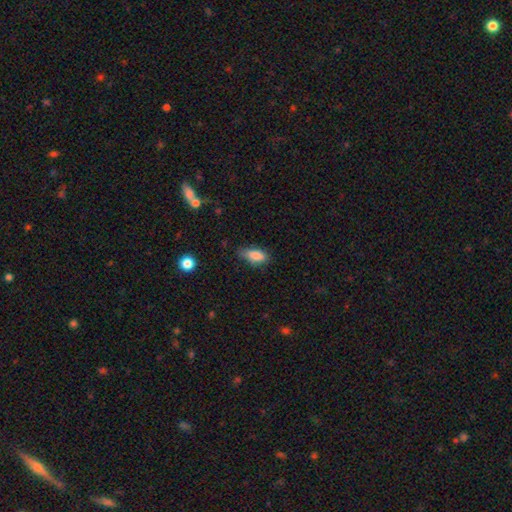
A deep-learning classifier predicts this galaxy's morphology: A smooth galaxy with no disk features (84%) that is in between round and cigar-shaped (83%). Merging: none (58%).